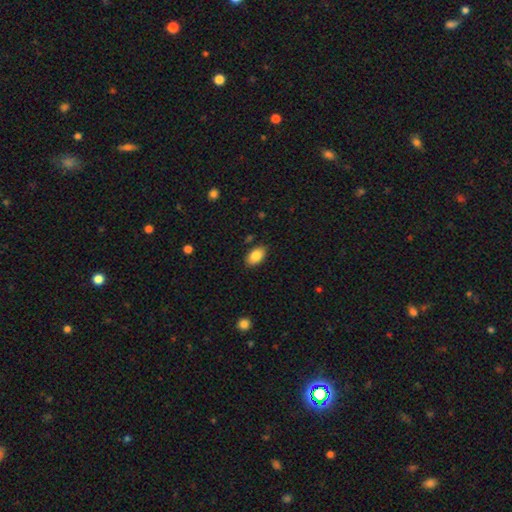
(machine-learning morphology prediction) Smooth or featured?
  - smooth: 86% *
  - star or artifact: 7%
  - featured or disk: 7%
How rounded?
  - in between: 91% *
  - round: 8%
  - cigar-shaped: 1%
Merging?
  - none: 85% *
  - minor disturbance: 11%
  - major disturbance: 2%
  - merger: 2%